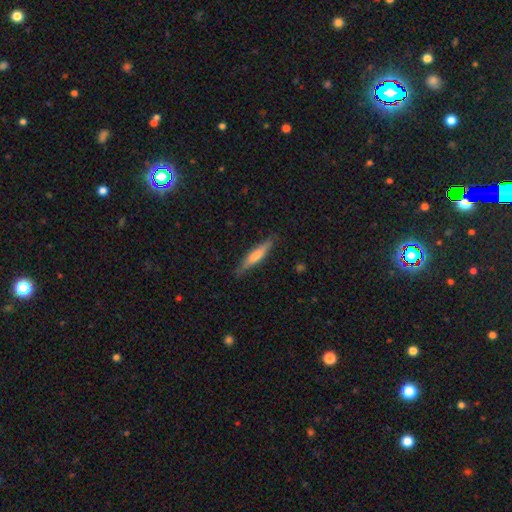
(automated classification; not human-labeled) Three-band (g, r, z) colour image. It shows a smooth galaxy with no disk features (59%) that is cigar-shaped (88%). Merging: none (83%).